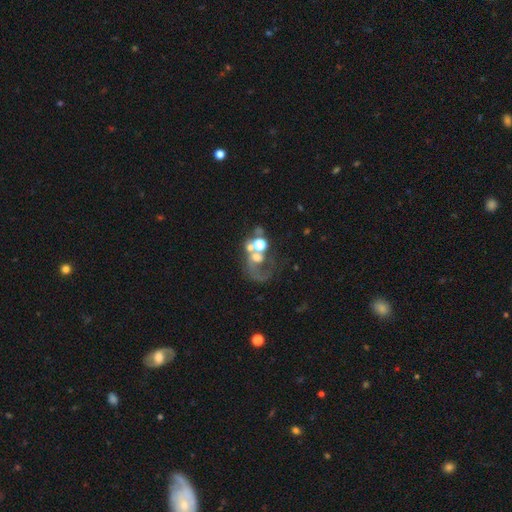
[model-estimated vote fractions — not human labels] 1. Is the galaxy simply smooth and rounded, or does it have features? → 45% featured or disk, 32% smooth, 23% star or artifact.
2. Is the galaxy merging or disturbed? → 41% merger, 26% major disturbance, 24% none, 9% minor disturbance.